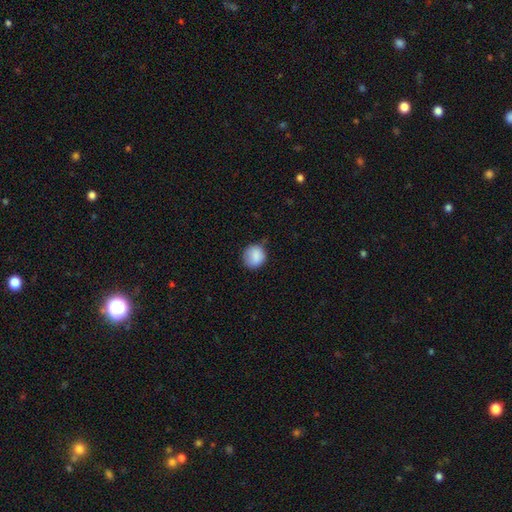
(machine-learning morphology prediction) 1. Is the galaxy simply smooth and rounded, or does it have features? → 87% smooth, 8% star or artifact, 5% featured or disk.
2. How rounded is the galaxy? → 83% round, 16% in between, 1% cigar-shaped.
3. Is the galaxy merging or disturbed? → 72% none, 22% minor disturbance, 4% major disturbance, 2% merger.